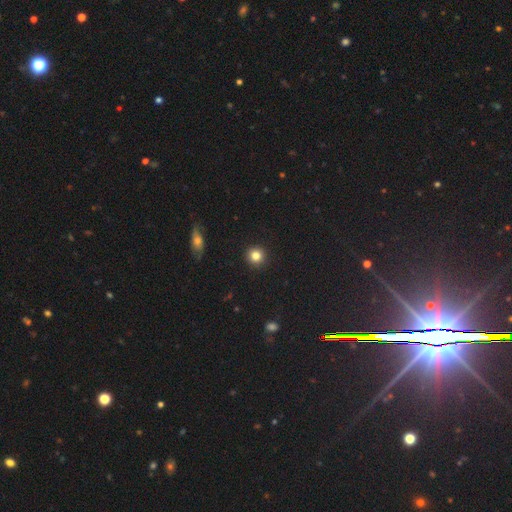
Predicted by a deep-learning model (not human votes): Smooth or featured?
  - smooth: 84% *
  - star or artifact: 11%
  - featured or disk: 5%
How rounded?
  - round: 94% *
  - in between: 5%
  - cigar-shaped: 1%
Merging?
  - none: 93% *
  - minor disturbance: 5%
  - major disturbance: 2%
  - merger: 1%